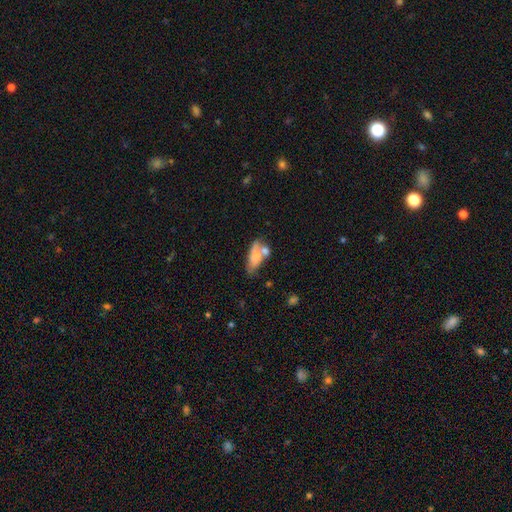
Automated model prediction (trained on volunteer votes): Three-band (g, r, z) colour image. It shows a smooth galaxy with no disk features (65%) that is in between round and cigar-shaped (80%). Merging: merger (39%).